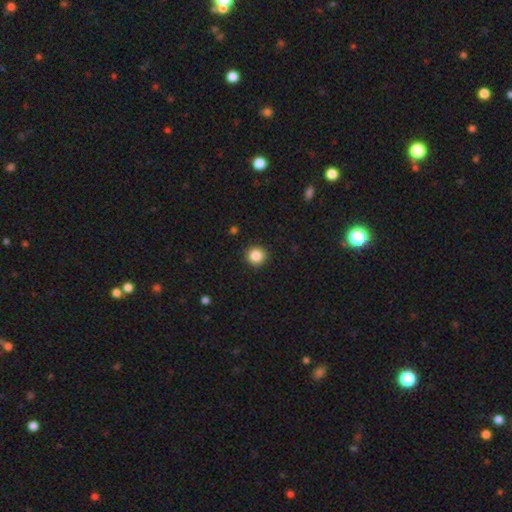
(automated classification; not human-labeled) Smooth or featured? smooth (86%)
How rounded? round (94%)
Merging? none (91%)